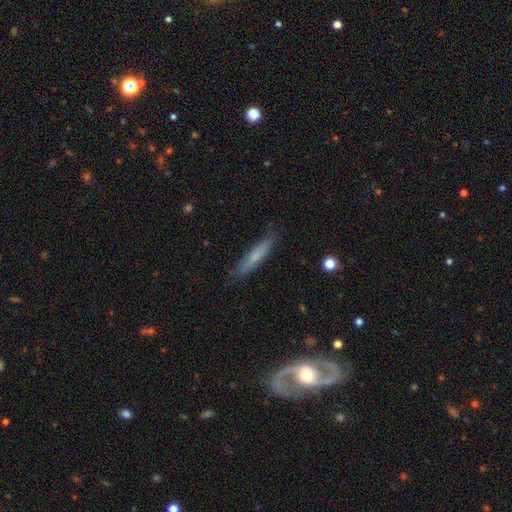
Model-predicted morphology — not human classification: Smooth or featured? Predicted: smooth (p=0.67). How rounded? Predicted: cigar-shaped (p=0.91). Merging? Predicted: none (p=0.85).